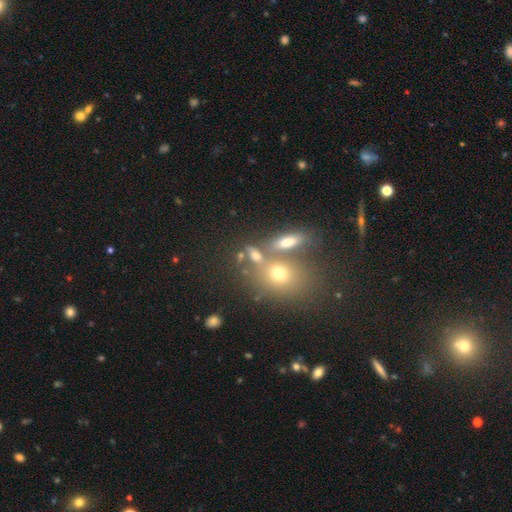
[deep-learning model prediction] Smooth or featured?
  - smooth: 65% *
  - star or artifact: 18%
  - featured or disk: 18%
How rounded?
  - in between: 52% *
  - round: 36%
  - cigar-shaped: 12%
Merging?
  - none: 47% *
  - merger: 35%
  - minor disturbance: 11%
  - major disturbance: 7%